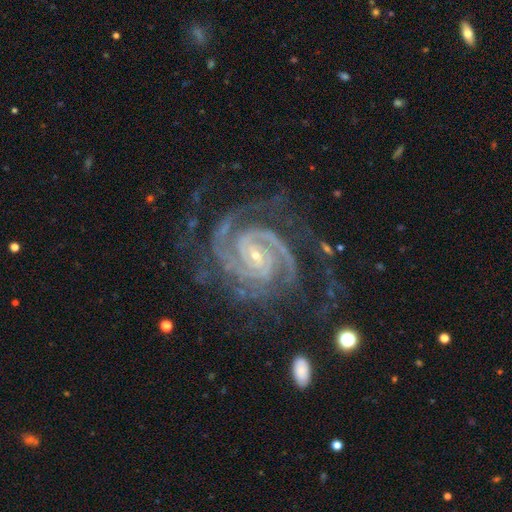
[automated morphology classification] Overall: featured or disk (94%). Edge-on disk: no (98%). Bar: no (40%; weak 34%). Spiral arms: yes (99%). Spiral arm count: 2 (59%). Spiral winding: tight (75%). Bulge size: small (84%). Merging: none (67%).